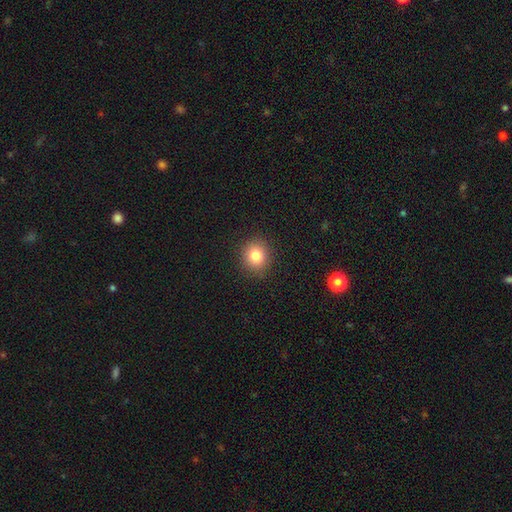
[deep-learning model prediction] smooth 82%, star or artifact 11%, featured or disk 7%. Down the decision tree: how rounded — round (82%); merging — none (90%).